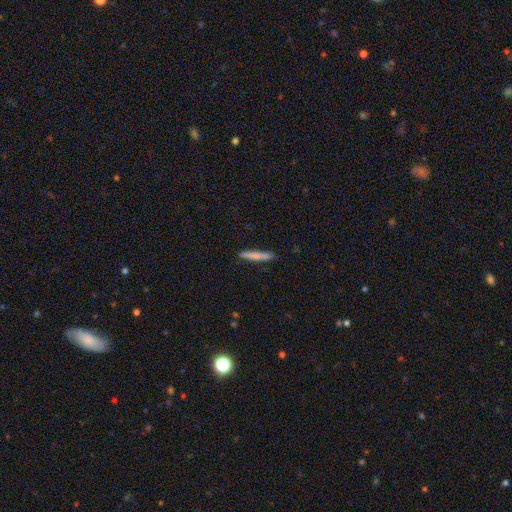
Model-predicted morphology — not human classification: Smooth or featured? Predicted: smooth (p=0.74). How rounded? Predicted: cigar-shaped (p=0.95). Merging? Predicted: none (p=0.88).